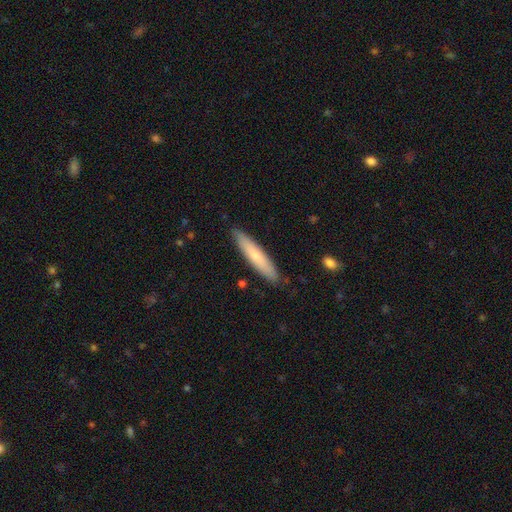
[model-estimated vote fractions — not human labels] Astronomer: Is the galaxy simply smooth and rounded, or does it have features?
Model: smooth — 69%.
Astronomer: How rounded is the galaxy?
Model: cigar-shaped — 89%.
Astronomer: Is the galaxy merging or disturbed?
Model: none — 88%.